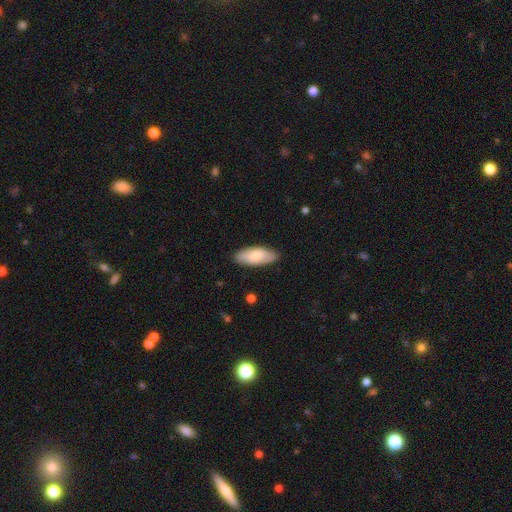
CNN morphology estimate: Q: Smooth or featured?
A: smooth (80%); runner-up: featured or disk (15%)
Q: How rounded?
A: in between (82%); runner-up: cigar-shaped (16%)
Q: Merging?
A: none (86%); runner-up: minor disturbance (11%)